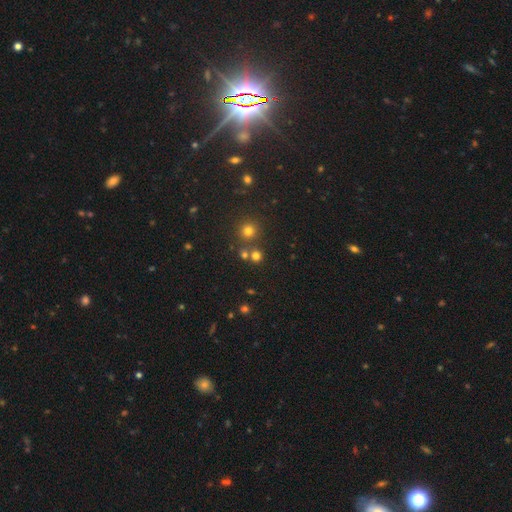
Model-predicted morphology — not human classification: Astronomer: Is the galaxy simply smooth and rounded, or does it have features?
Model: smooth — 70%.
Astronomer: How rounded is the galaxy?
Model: round — 89%.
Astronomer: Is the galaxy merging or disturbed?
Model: none — 71%.